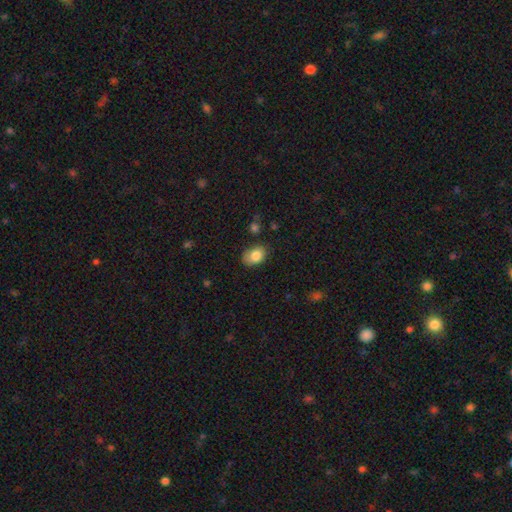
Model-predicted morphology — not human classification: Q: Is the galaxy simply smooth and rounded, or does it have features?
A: smooth — 83%.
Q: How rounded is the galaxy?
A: in between — 79%.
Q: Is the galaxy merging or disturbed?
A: none — 68%.